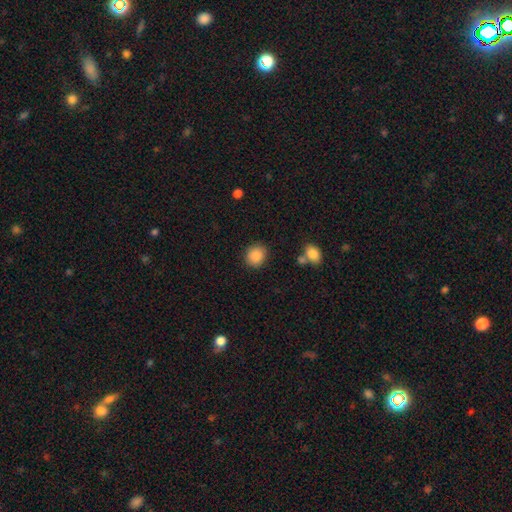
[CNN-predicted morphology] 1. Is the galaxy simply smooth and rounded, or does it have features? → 88% smooth, 8% star or artifact, 4% featured or disk.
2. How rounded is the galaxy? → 78% round, 21% in between, 1% cigar-shaped.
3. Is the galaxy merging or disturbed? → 86% none, 8% minor disturbance, 3% major disturbance, 3% merger.